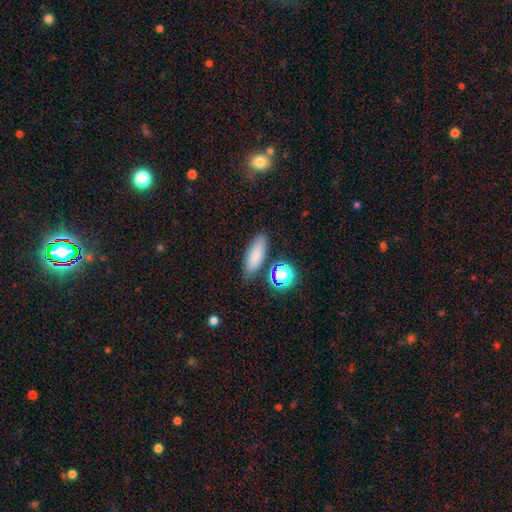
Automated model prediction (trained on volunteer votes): smooth 78%, star or artifact 13%, featured or disk 9%. Down the decision tree: how rounded — in between (64%); merging — none (78%).